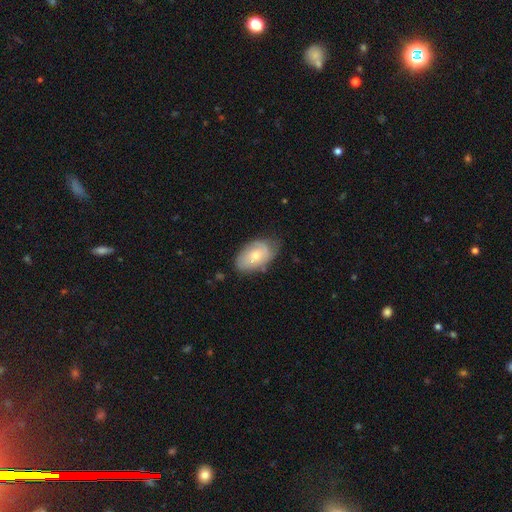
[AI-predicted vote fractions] Smooth or featured? Predicted: smooth (p=0.58). How rounded? Predicted: in between (p=0.91). Merging? Predicted: none (p=0.63).